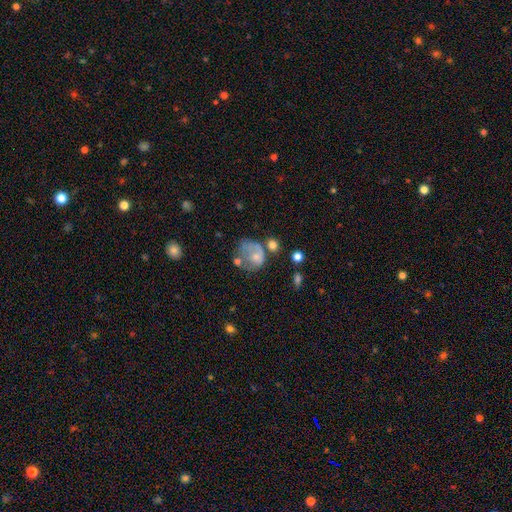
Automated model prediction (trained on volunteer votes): Overall: smooth (54%; featured or disk 35%). How rounded: round (58%; in between 41%). Merging: major disturbance (37%; none 24%).